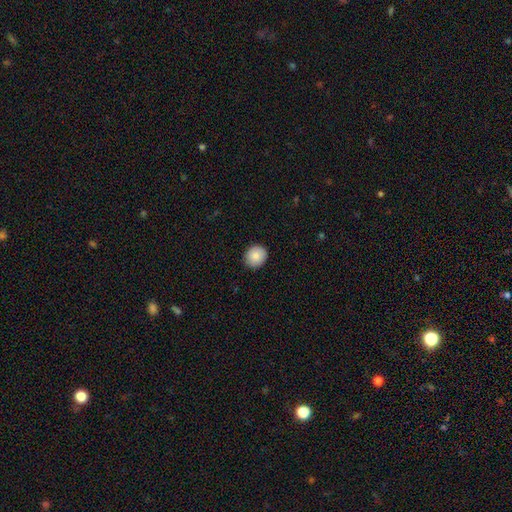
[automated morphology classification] smooth 86%, star or artifact 8%, featured or disk 6%. Down the decision tree: how rounded — round (79%); merging — none (90%).